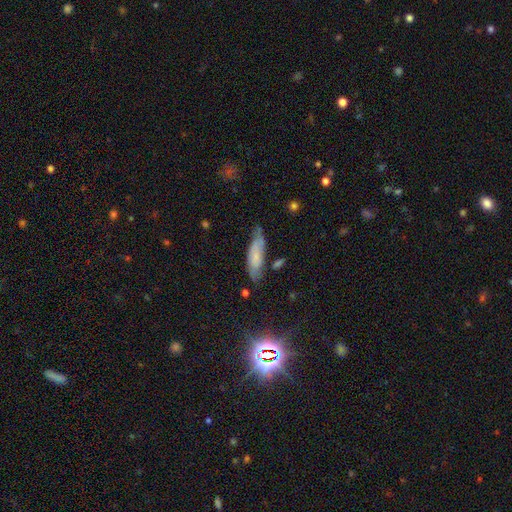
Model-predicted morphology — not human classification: Smooth or featured? smooth (55%)
How rounded? cigar-shaped (56%)
Merging? none (63%)